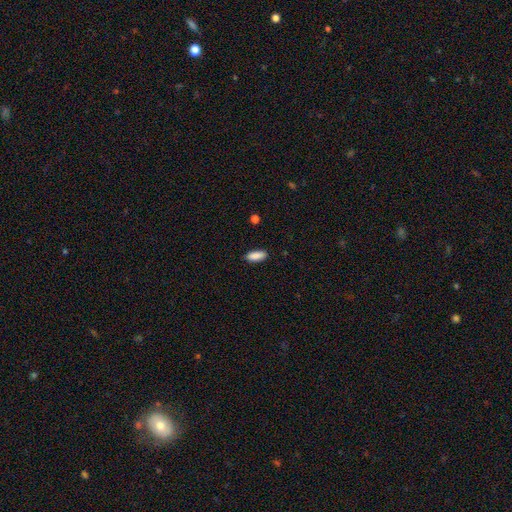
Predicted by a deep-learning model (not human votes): Smooth or featured: smooth — 90% (star or artifact — 7%)
How rounded: in between — 78% (cigar-shaped — 20%)
Merging: none — 89% (minor disturbance — 8%)